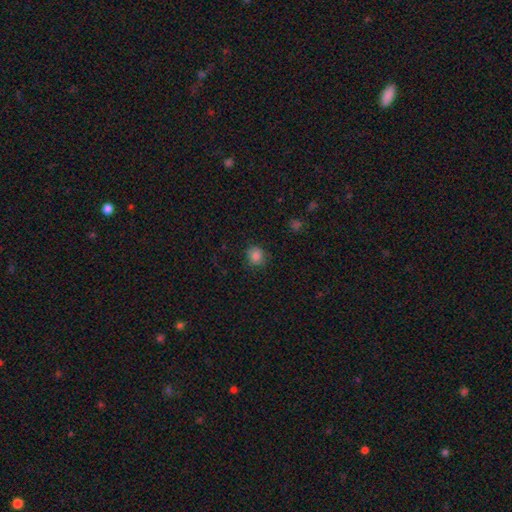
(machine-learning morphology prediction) smooth_or_featured: smooth (p=0.84) [alt: star or artifact p=0.11]
how_rounded: round (p=0.82) [alt: in between p=0.17]
merging: none (p=0.83) [alt: minor disturbance p=0.12]